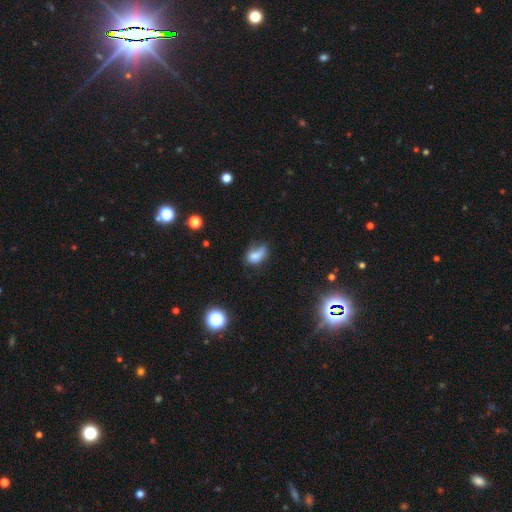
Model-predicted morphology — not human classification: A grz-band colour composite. It shows a smooth galaxy with no disk features (71%) that is in between round and cigar-shaped (83%). Merging: minor disturbance (35%, tied with none).